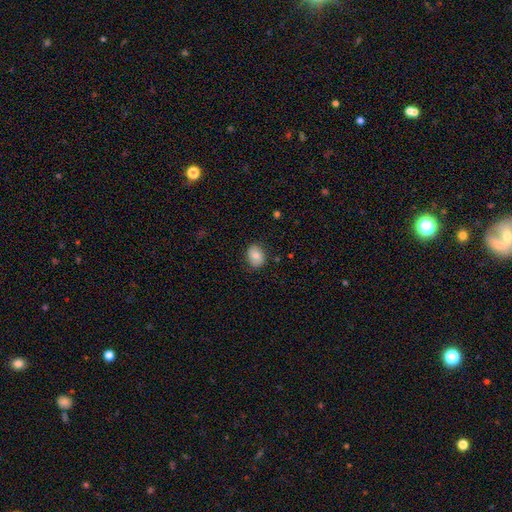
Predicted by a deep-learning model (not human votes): smooth-or-featured: smooth: 80% | featured or disk: 12% | star or artifact: 8%
  how-rounded: in between: 60% | round: 39% | cigar-shaped: 1%
  merging: none: 81% | minor disturbance: 15% | major disturbance: 3% | merger: 1%